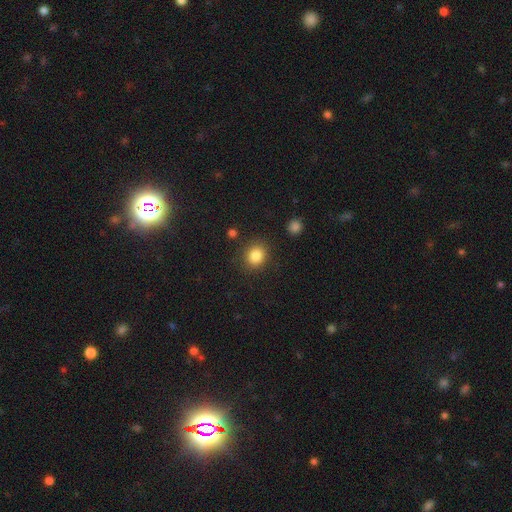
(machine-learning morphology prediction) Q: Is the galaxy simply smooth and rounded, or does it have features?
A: smooth — 85%.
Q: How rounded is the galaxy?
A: round — 71%.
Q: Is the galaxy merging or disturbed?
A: none — 85%.